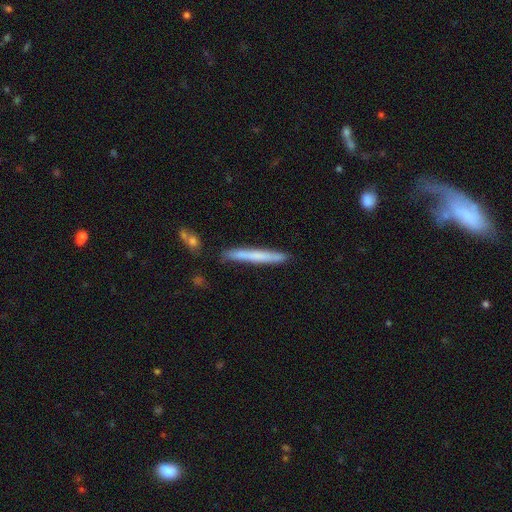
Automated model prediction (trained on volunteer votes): A smooth galaxy with no disk features (62%) that is cigar-shaped (97%). Merging: none (87%).